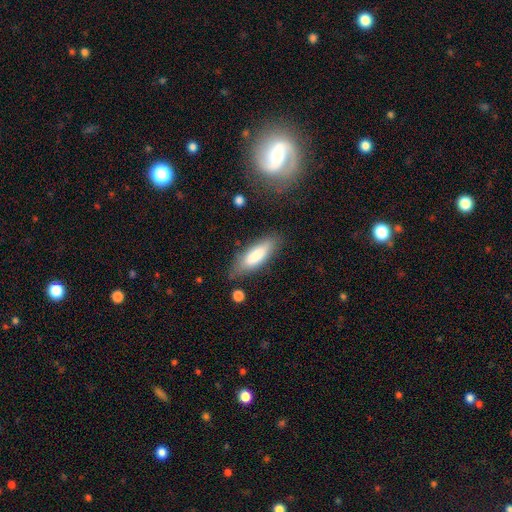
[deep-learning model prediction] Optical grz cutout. It shows a smooth galaxy with no disk features (77%) that is in between round and cigar-shaped (55%). Merging: none (73%).